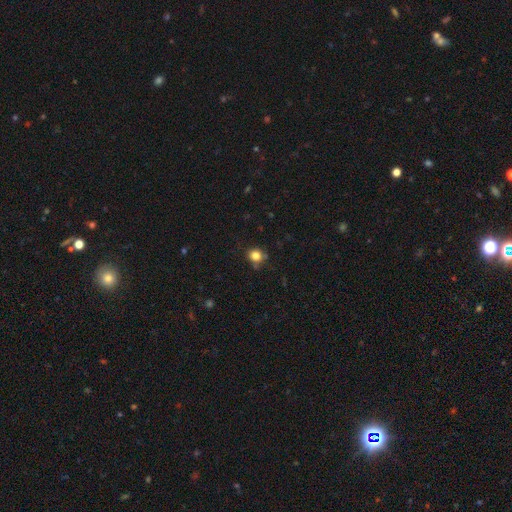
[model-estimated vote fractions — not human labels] smooth_or_featured: smooth (p=0.82) [alt: star or artifact p=0.13]
how_rounded: round (p=0.82) [alt: in between p=0.18]
merging: none (p=0.77) [alt: minor disturbance p=0.15]